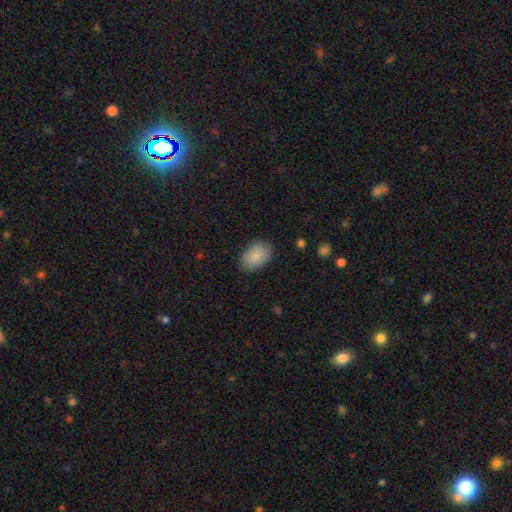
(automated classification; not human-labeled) This is clearly a smooth galaxy (88%). How rounded: clearly in between (86%). Merging: clearly none (84%).